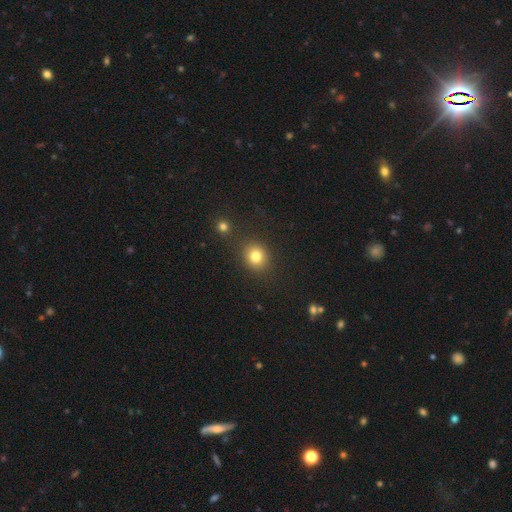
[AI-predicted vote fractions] Smooth or featured? Predicted: smooth (p=0.81). How rounded? Predicted: round (p=0.77). Merging? Predicted: none (p=0.83).